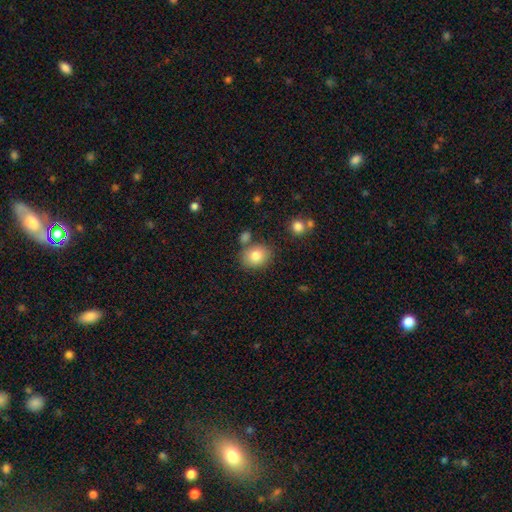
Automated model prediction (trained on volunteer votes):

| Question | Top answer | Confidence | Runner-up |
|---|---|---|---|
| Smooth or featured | smooth | 80% | featured or disk (10%) |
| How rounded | round | 56% | in between (43%) |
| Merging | none | 72% | minor disturbance (13%) |